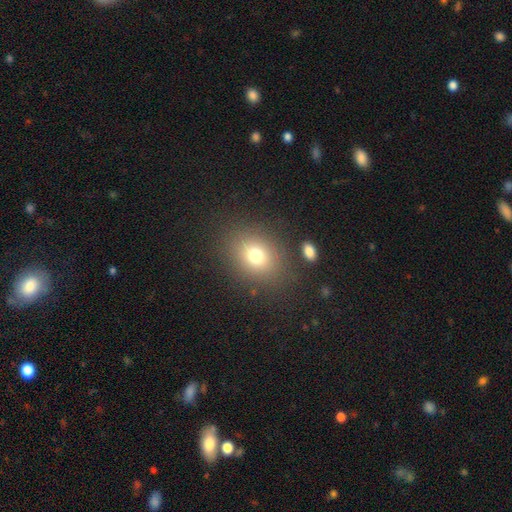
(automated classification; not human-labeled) Smooth or featured? Predicted: smooth (p=0.75). How rounded? Predicted: round (p=0.51). Merging? Predicted: none (p=0.82).